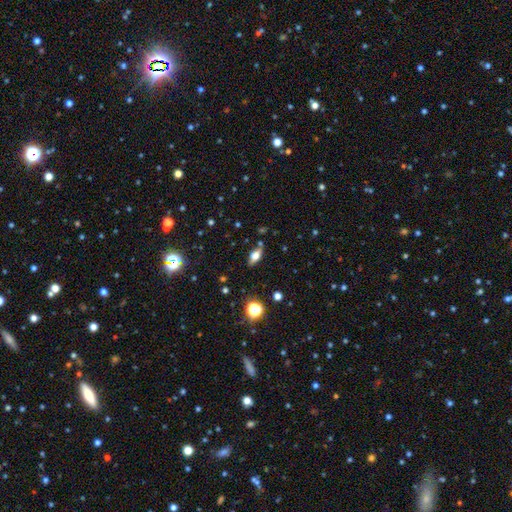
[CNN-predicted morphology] smooth-or-featured: smooth: 60% | featured or disk: 29% | star or artifact: 11%
  how-rounded: in between: 79% | cigar-shaped: 14% | round: 7%
  merging: none: 80% | minor disturbance: 14% | major disturbance: 3% | merger: 3%